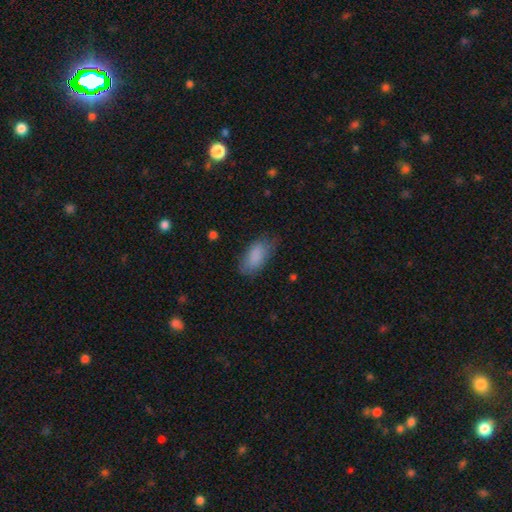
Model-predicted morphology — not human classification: smooth_or_featured: smooth (p=0.86) [alt: featured or disk p=0.07]
how_rounded: in between (p=0.92) [alt: cigar-shaped p=0.05]
merging: none (p=0.70) [alt: minor disturbance p=0.22]